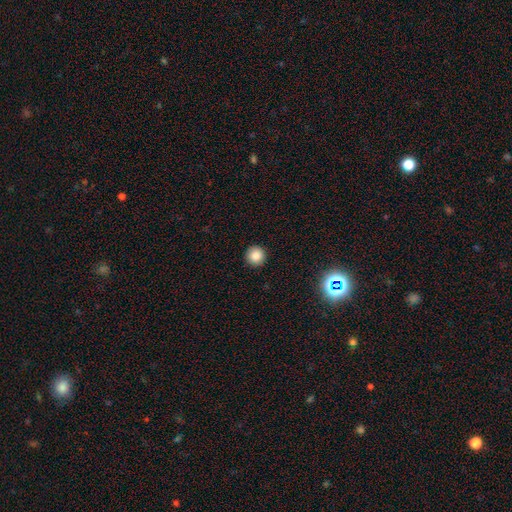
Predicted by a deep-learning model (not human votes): Morphology: type=smooth (85%); roundness=round (95%); merging=none (92%).